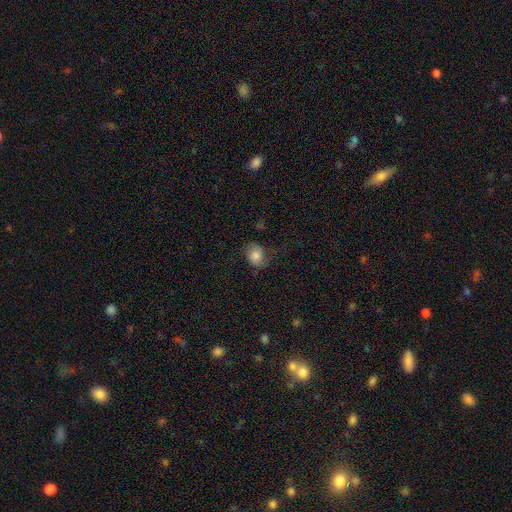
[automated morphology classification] Smooth or featured?
  - smooth: 77% *
  - featured or disk: 14%
  - star or artifact: 9%
How rounded?
  - round: 56% *
  - in between: 43%
  - cigar-shaped: 1%
Merging?
  - none: 56% *
  - minor disturbance: 27%
  - major disturbance: 15%
  - merger: 2%